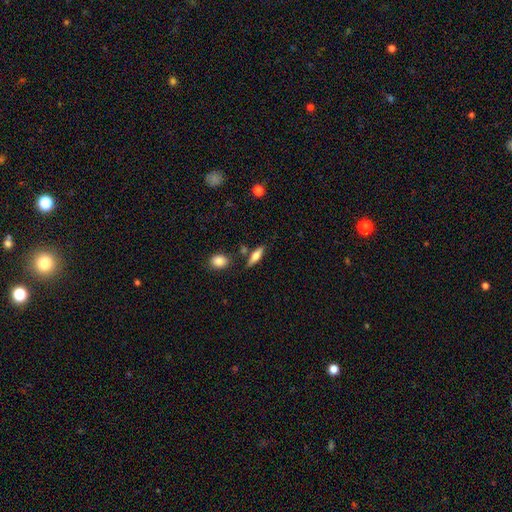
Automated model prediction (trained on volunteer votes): smooth-or-featured: smooth: 58% | featured or disk: 35% | star or artifact: 7%
  how-rounded: cigar-shaped: 53% | in between: 43% | round: 3%
  merging: none: 76% | minor disturbance: 13% | merger: 7% | major disturbance: 3%